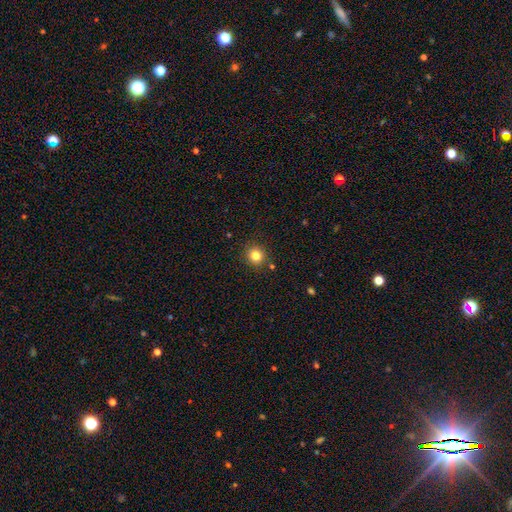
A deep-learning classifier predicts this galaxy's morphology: A smooth galaxy with no disk features (81%) that is round (91%). Merging: none (88%).